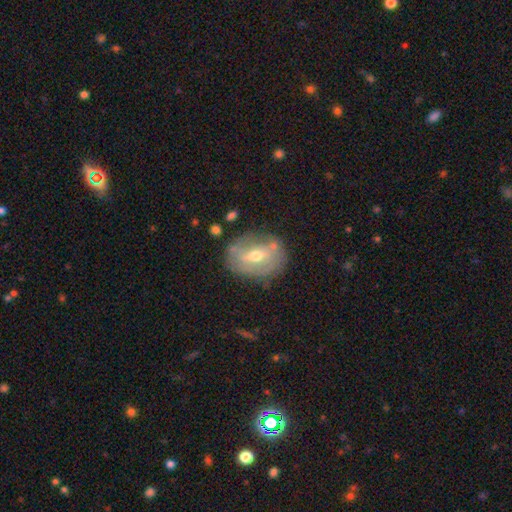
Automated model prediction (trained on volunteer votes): featured or disk 59%, smooth 32%, star or artifact 9%. Down the decision tree: edge-on disk — no (91%); bar — weak (44%); spiral arms — no (64%); bulge size — moderate (66%); merging — none (71%).